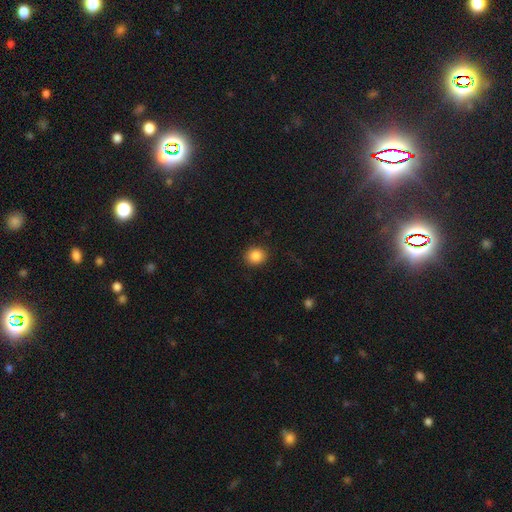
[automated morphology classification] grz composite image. It shows a smooth galaxy with no disk features (86%) that is round (83%). Merging: none (90%).